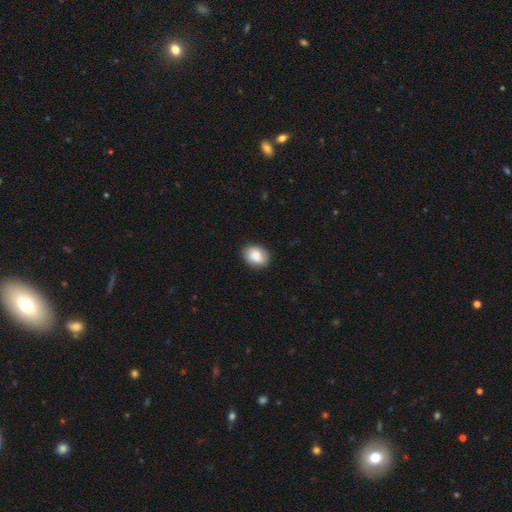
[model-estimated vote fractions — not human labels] Smooth or featured? smooth (87%)
How rounded? in between (75%)
Merging? none (85%)